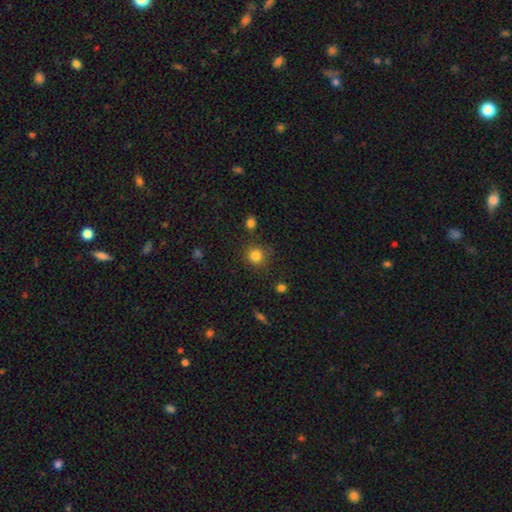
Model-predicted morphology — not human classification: Overall: smooth (82%). How rounded: round (91%). Merging: none (84%).